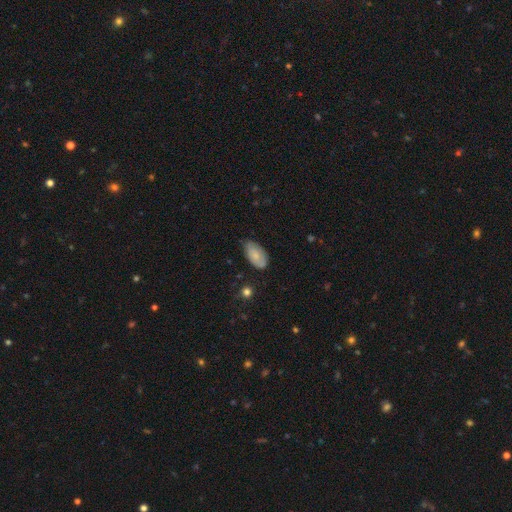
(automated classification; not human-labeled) Smooth or featured?
  - smooth: 78% *
  - featured or disk: 15%
  - star or artifact: 6%
How rounded?
  - in between: 95% *
  - round: 3%
  - cigar-shaped: 3%
Merging?
  - none: 67% *
  - minor disturbance: 28%
  - major disturbance: 4%
  - merger: 1%